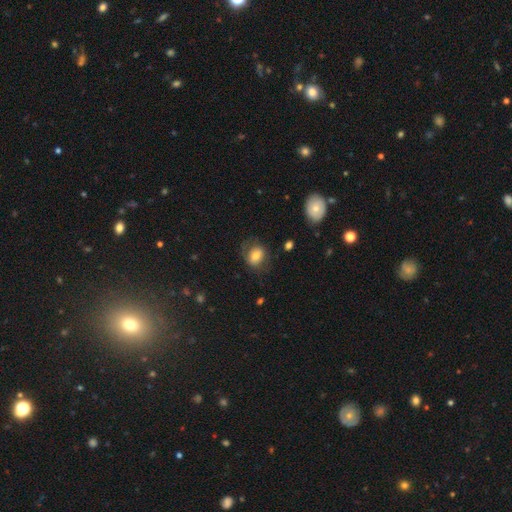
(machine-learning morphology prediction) Overall: smooth (71%). How rounded: in between (57%; round 41%). Merging: none (64%).